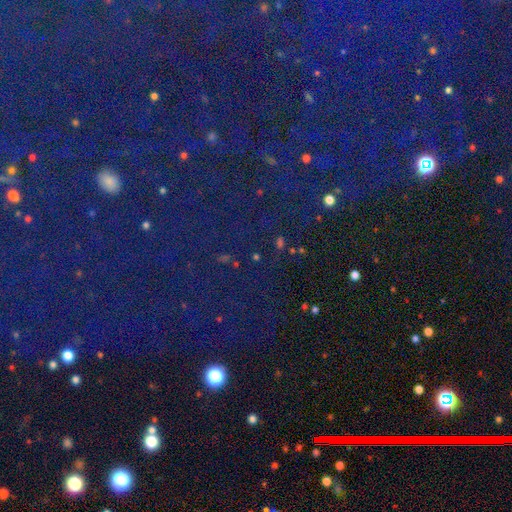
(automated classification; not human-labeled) Q: Smooth or featured?
A: star or artifact (84%); runner-up: smooth (9%)